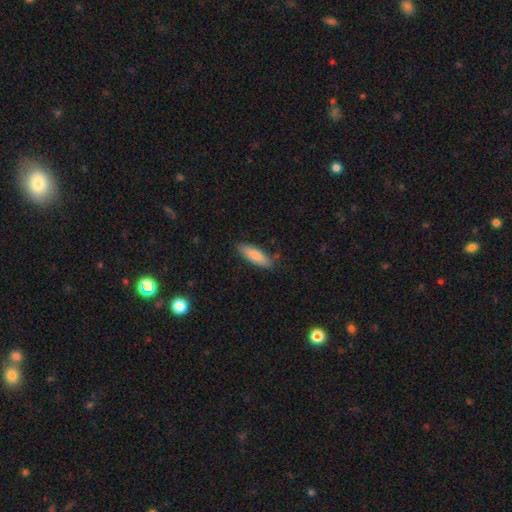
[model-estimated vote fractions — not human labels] smooth 83%, featured or disk 11%, star or artifact 6%. Down the decision tree: how rounded — in between (55%); merging — none (84%).